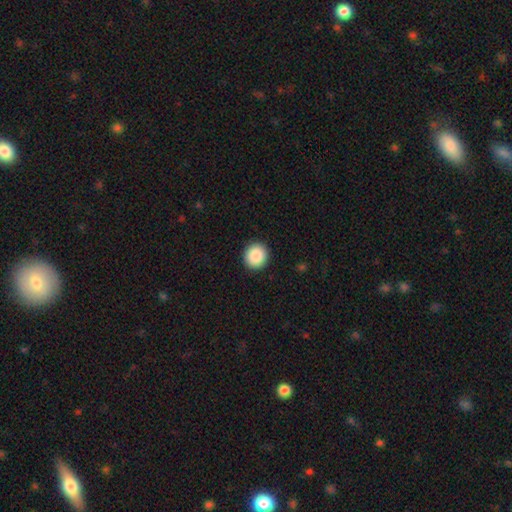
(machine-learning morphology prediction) This appears to be a smooth galaxy with no disk features (90%) that is round (91%). Merging: none (92%).